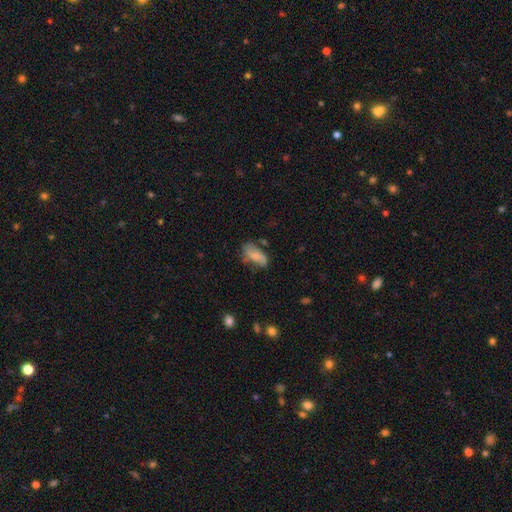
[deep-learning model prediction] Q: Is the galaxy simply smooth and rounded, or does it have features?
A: smooth — 66%.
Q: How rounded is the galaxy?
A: in between — 88%.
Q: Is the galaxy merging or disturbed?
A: none — 52%.